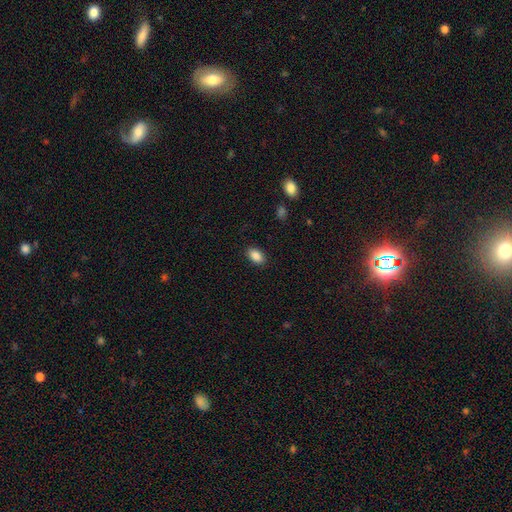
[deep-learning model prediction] Smooth or featured?
  - smooth: 89% *
  - star or artifact: 8%
  - featured or disk: 3%
How rounded?
  - in between: 91% *
  - round: 7%
  - cigar-shaped: 2%
Merging?
  - none: 88% *
  - minor disturbance: 8%
  - major disturbance: 2%
  - merger: 1%